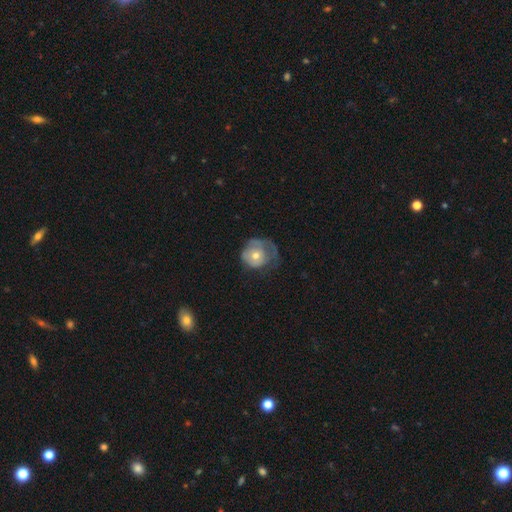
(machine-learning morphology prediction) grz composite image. It shows a smooth galaxy with no disk features (50%). Merging: major disturbance (36%).